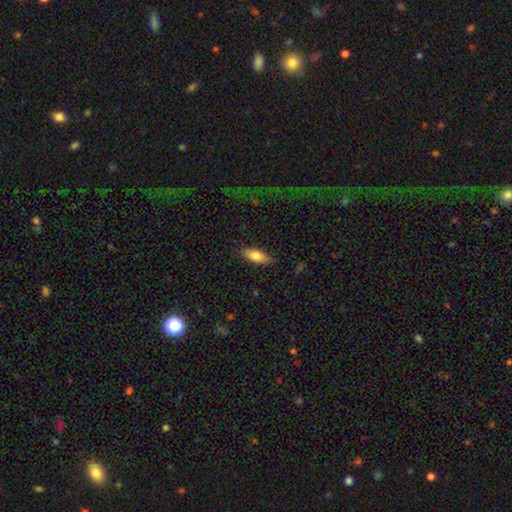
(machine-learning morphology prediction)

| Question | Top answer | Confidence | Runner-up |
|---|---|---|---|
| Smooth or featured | smooth | 75% | featured or disk (18%) |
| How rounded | in between | 68% | cigar-shaped (30%) |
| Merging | none | 85% | minor disturbance (11%) |